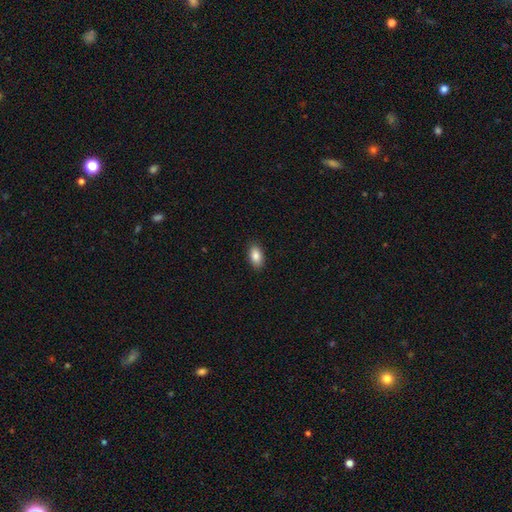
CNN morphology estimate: Smooth or featured: smooth — 86% (star or artifact — 7%)
How rounded: in between — 92% (round — 4%)
Merging: none — 89% (minor disturbance — 8%)